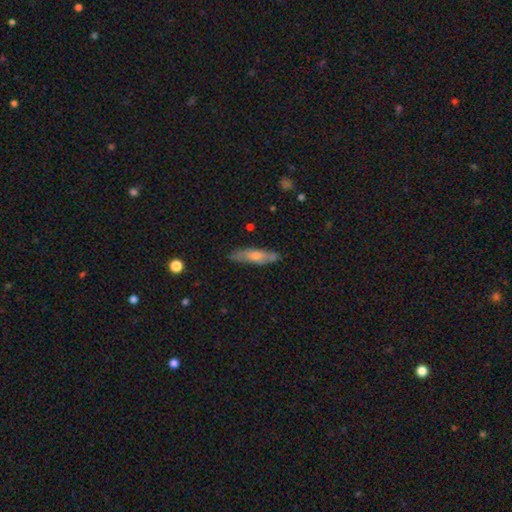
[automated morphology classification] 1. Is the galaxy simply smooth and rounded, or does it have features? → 52% smooth, 42% featured or disk, 7% star or artifact.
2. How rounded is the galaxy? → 69% cigar-shaped, 28% in between, 2% round.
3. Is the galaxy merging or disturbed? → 80% none, 15% minor disturbance, 3% major disturbance, 2% merger.